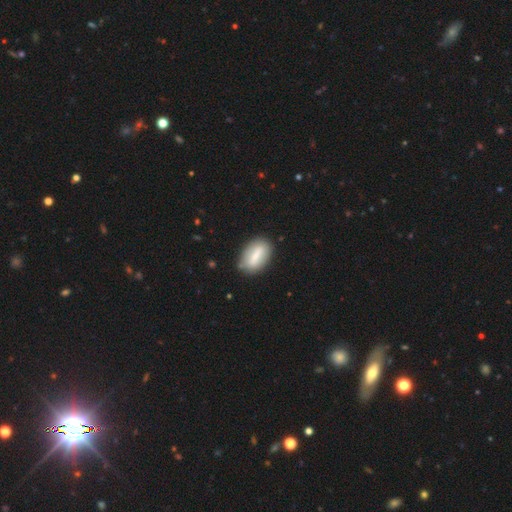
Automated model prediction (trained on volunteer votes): Smooth or featured: smooth — 62% (featured or disk — 31%)
How rounded: in between — 88% (cigar-shaped — 7%)
Merging: none — 78% (minor disturbance — 16%)